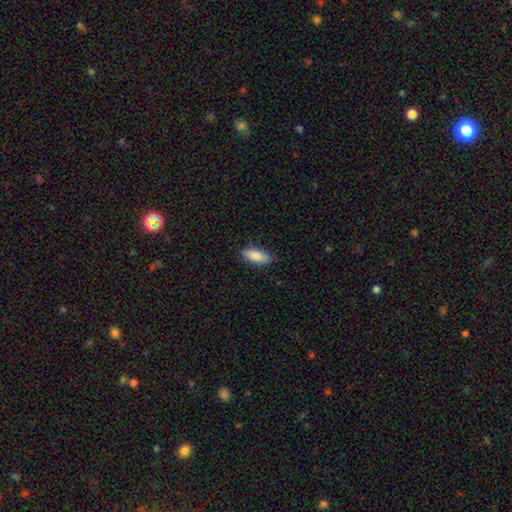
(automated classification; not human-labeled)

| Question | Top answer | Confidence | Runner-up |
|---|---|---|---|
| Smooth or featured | smooth | 86% | featured or disk (7%) |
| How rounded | in between | 80% | cigar-shaped (18%) |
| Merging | none | 84% | minor disturbance (13%) |